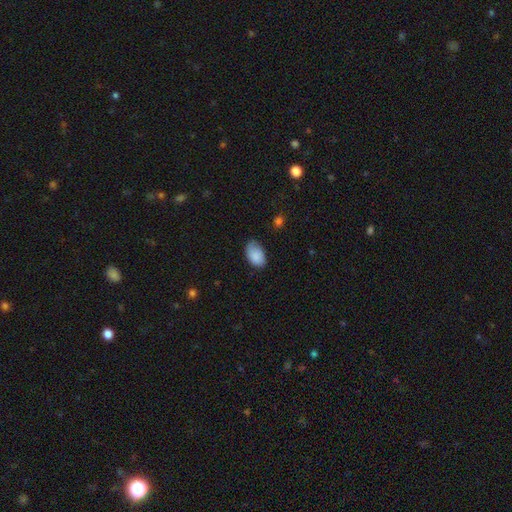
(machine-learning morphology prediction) Smooth or featured?
  - smooth: 87% *
  - star or artifact: 7%
  - featured or disk: 6%
How rounded?
  - in between: 92% *
  - round: 7%
  - cigar-shaped: 1%
Merging?
  - none: 64% *
  - minor disturbance: 29%
  - major disturbance: 5%
  - merger: 2%